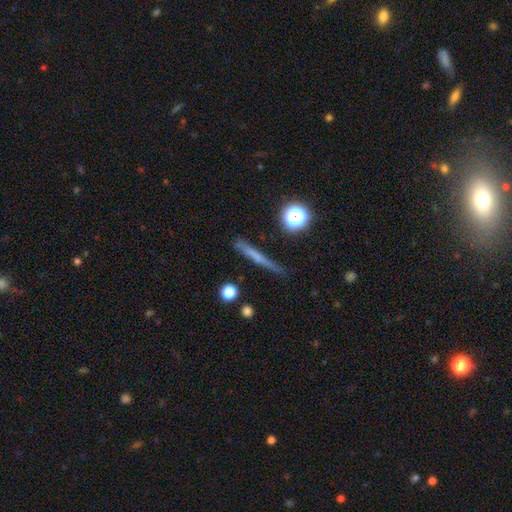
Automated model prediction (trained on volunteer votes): smooth 52%, featured or disk 37%, star or artifact 11%. Down the decision tree: how rounded — cigar-shaped (89%); merging — none (82%).